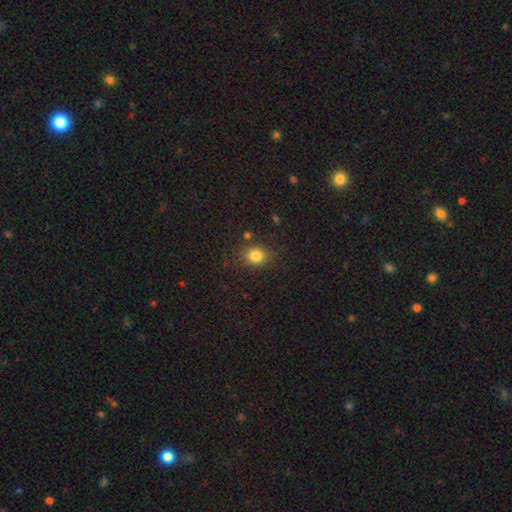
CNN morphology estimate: type=smooth (82%); roundness=round (69%); merging=none (82%).